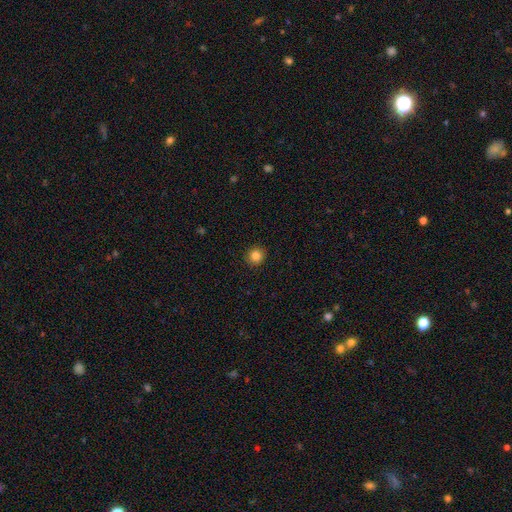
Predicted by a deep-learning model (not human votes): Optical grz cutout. It shows a smooth galaxy with no disk features (85%) that is round (93%). Merging: none (91%).